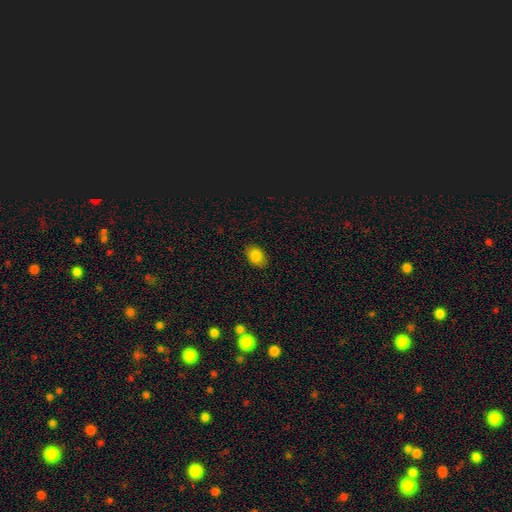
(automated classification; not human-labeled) Morphology: type=smooth (84%); roundness=in between (76%); merging=none (86%).